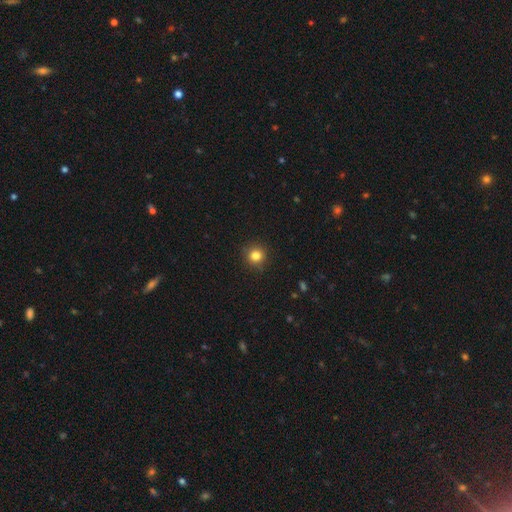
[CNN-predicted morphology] smooth-or-featured: smooth: 82% | star or artifact: 12% | featured or disk: 5%
  how-rounded: round: 93% | in between: 6% | cigar-shaped: 1%
  merging: none: 90% | minor disturbance: 7% | major disturbance: 2% | merger: 1%